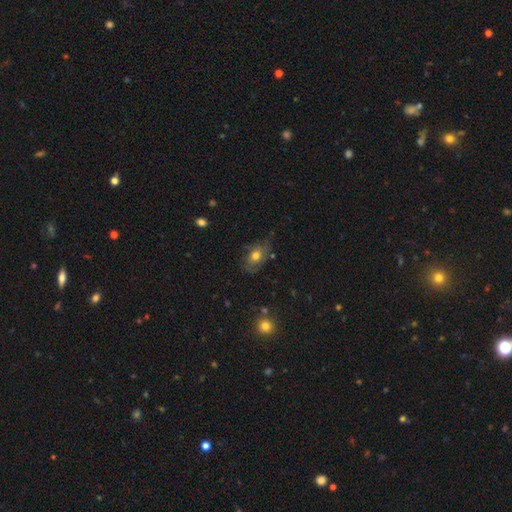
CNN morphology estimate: Q: Smooth or featured?
A: smooth (53%); runner-up: featured or disk (36%)
Q: How rounded?
A: in between (77%); runner-up: round (20%)
Q: Merging?
A: none (59%); runner-up: minor disturbance (28%)